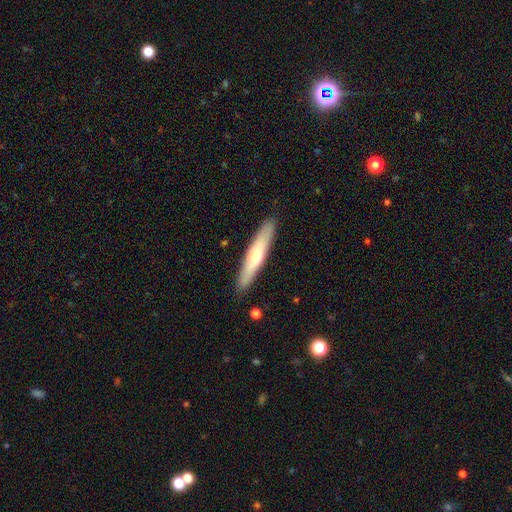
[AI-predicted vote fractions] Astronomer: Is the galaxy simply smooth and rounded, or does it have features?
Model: smooth — 56% (runner-up: featured or disk, 39%).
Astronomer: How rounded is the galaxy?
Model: cigar-shaped — 91%.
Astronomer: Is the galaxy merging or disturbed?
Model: none — 90%.